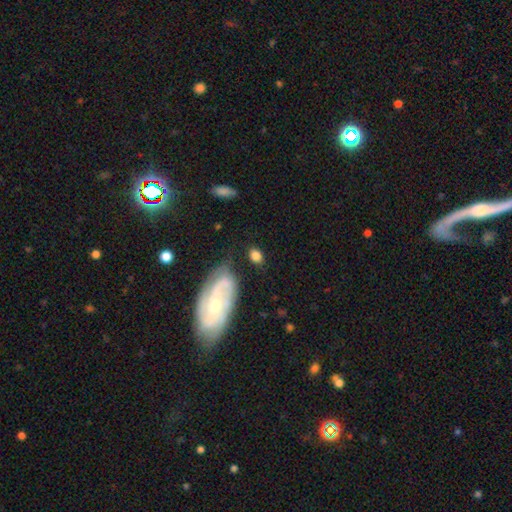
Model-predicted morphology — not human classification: This appears to be a smooth galaxy with no disk features (74%) that is in between round and cigar-shaped (68%). Merging: none (70%).